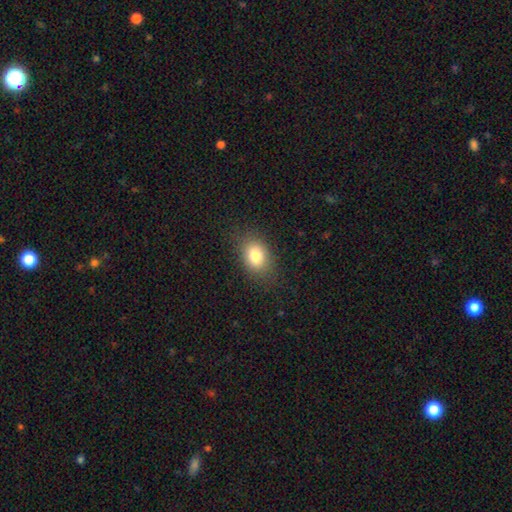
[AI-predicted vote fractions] Q: Smooth or featured?
A: smooth (81%); runner-up: star or artifact (10%)
Q: How rounded?
A: in between (75%); runner-up: round (23%)
Q: Merging?
A: none (83%); runner-up: minor disturbance (12%)